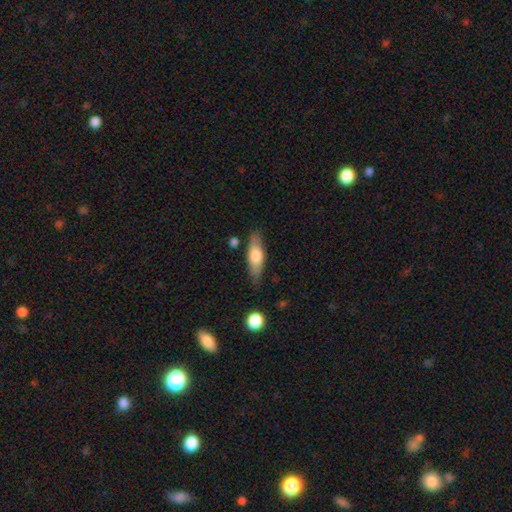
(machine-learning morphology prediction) type=smooth (65%); roundness=in between (51%); merging=none (79%).